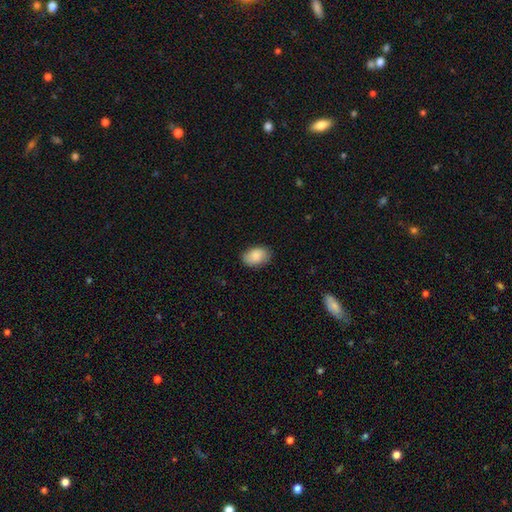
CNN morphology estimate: Smooth or featured: smooth — 85% (featured or disk — 9%)
How rounded: in between — 87% (round — 12%)
Merging: none — 83% (minor disturbance — 13%)